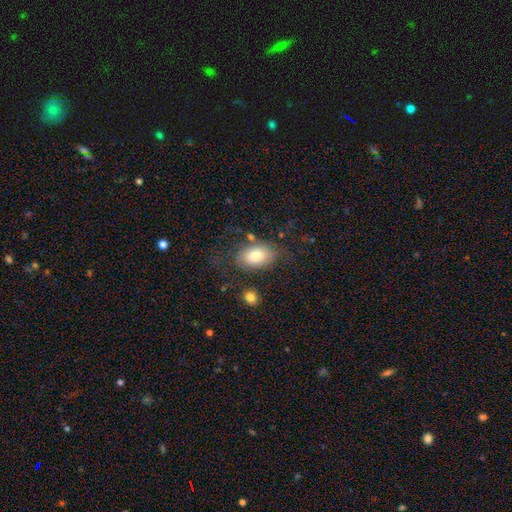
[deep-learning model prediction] A smooth galaxy with no disk features (76%) that is in between round and cigar-shaped (88%).

Vote fractions:
- Smooth or featured? smooth: 76% / featured or disk: 16% / star or artifact: 8%
- How rounded? in between: 88% / round: 11% / cigar-shaped: 2%
- Merging? none: 66% / minor disturbance: 18% / major disturbance: 11% / merger: 5%